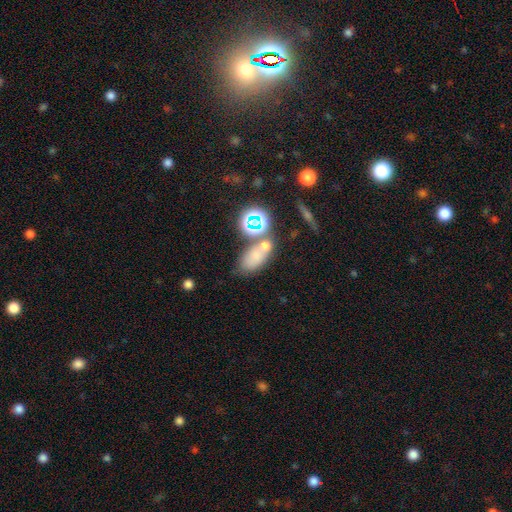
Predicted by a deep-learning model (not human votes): This appears to be a smooth galaxy with no disk features (62%) that is in between round and cigar-shaped (79%). Merging: none (47%).